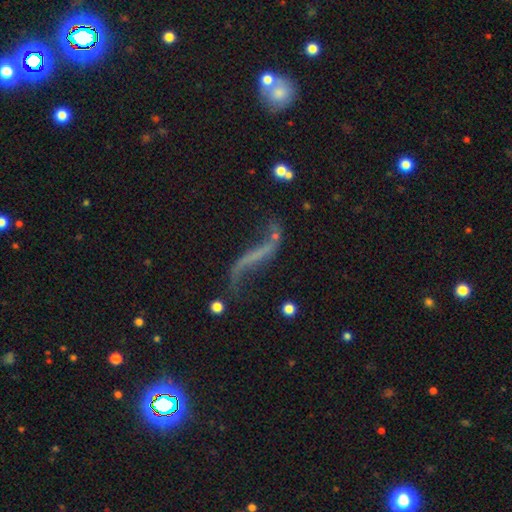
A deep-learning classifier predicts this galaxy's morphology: Smooth or featured? Predicted: featured or disk (p=0.73). Edge-on disk? Predicted: no (p=0.84). Bar? Predicted: strong (p=0.38). Spiral arms? Predicted: yes (p=0.79). Bulge size? Predicted: none (p=0.72). Merging? Predicted: none (p=0.51).